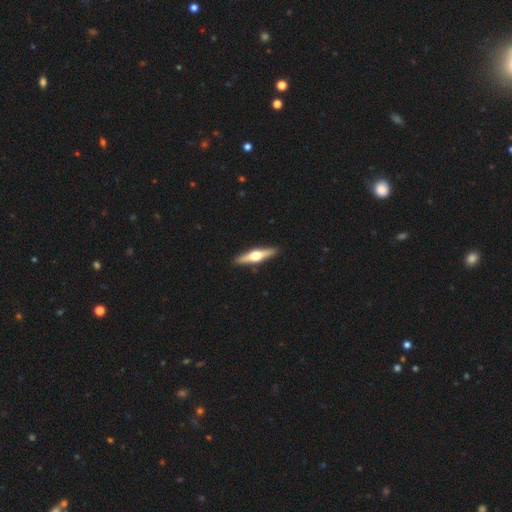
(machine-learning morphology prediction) Overall: featured or disk (70%). Edge-on disk: yes (97%). Edge-on bulge: rounded (96%). Merging: none (92%).